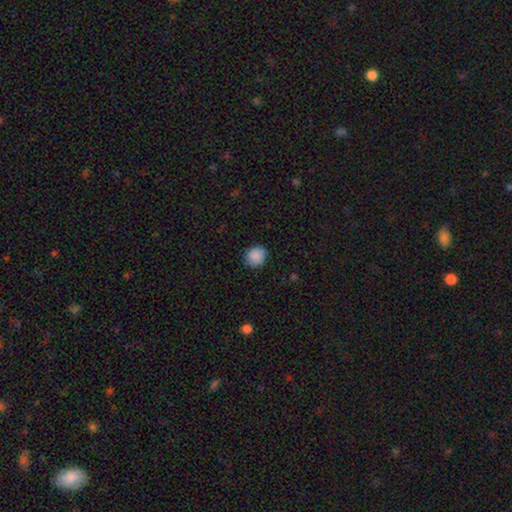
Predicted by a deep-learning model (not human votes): This appears to be a smooth galaxy with no disk features (87%) that is round (74%). Merging: none (81%).